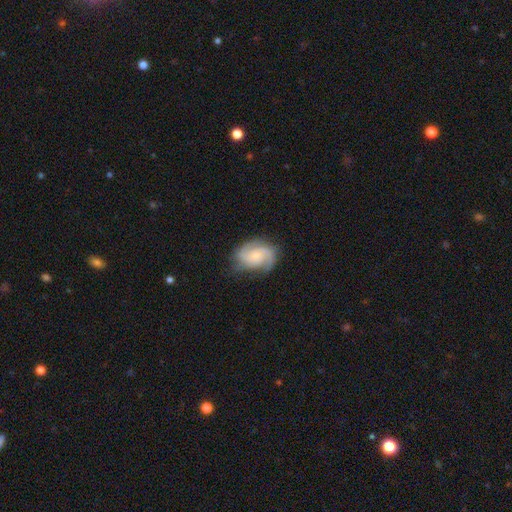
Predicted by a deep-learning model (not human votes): smooth_or_featured: featured or disk (p=0.75) [alt: smooth p=0.19]
disk_edge_on: no (p=0.98) [alt: yes p=0.02]
bar: no (p=0.66) [alt: weak p=0.29]
has_spiral_arms: yes (p=0.96) [alt: no p=0.04]
spiral_winding: medium (p=0.49) [alt: tight p=0.31]
spiral_arm_count: 2 (p=0.54) [alt: 3 p=0.23]
bulge_size: small (p=0.58) [alt: moderate p=0.30]
merging: none (p=0.71) [alt: minor disturbance p=0.20]